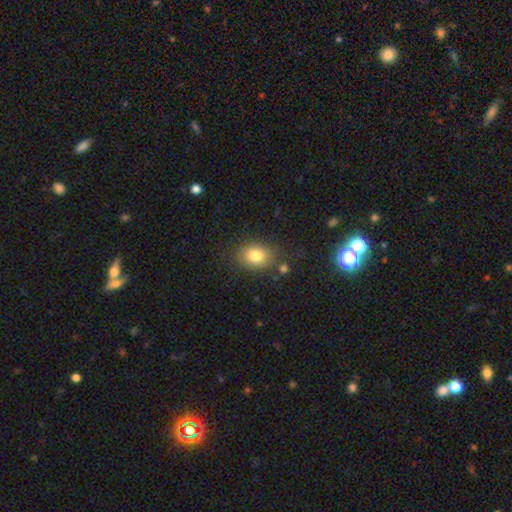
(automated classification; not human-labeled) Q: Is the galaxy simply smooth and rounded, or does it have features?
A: smooth — 81%.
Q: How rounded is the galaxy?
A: in between — 60%.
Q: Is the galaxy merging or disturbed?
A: none — 78%.